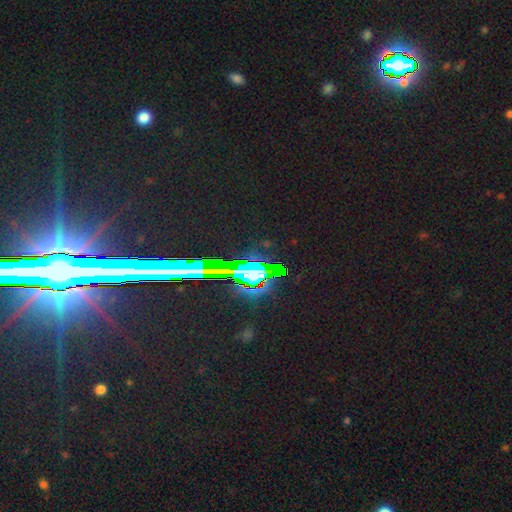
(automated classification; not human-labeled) Morphology: type=star or artifact (84%).